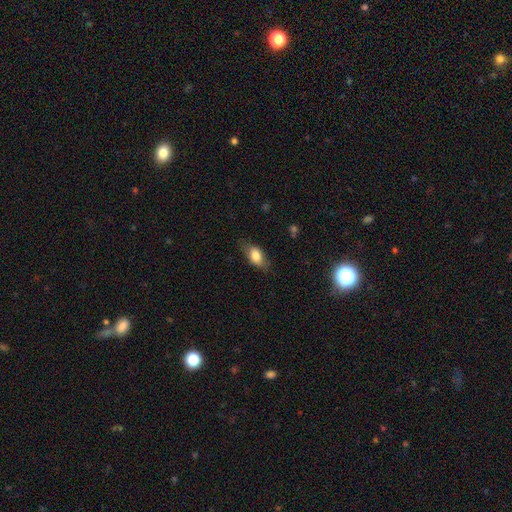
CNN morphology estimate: smooth-or-featured: smooth: 77% | featured or disk: 15% | star or artifact: 7%
  how-rounded: in between: 85% | cigar-shaped: 9% | round: 6%
  merging: none: 76% | minor disturbance: 17% | major disturbance: 5% | merger: 1%